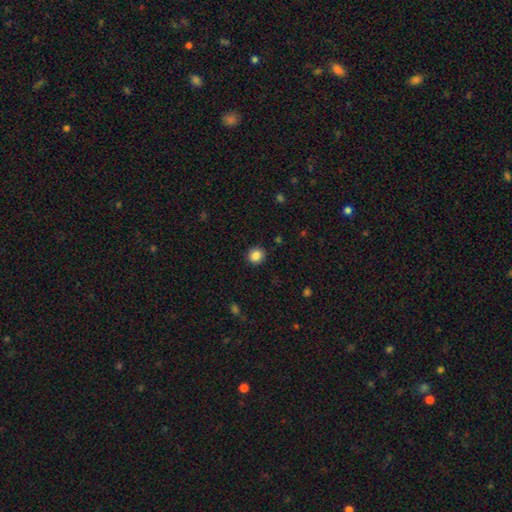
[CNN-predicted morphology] A smooth galaxy with no disk features (85%) that is round (91%).

Vote fractions:
- Smooth or featured? smooth: 85% / star or artifact: 10% / featured or disk: 5%
- How rounded? round: 91% / in between: 8% / cigar-shaped: 1%
- Merging? none: 91% / minor disturbance: 6% / major disturbance: 2% / merger: 1%